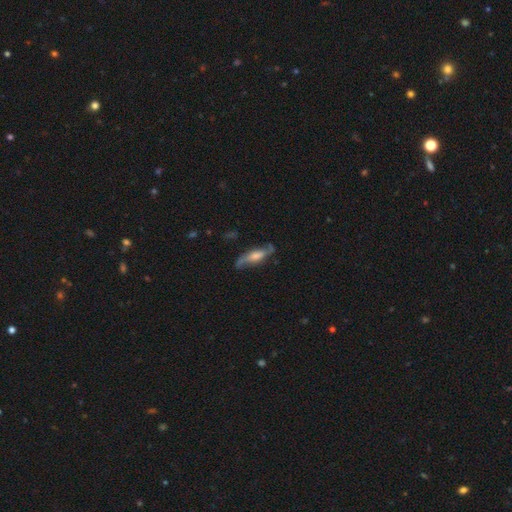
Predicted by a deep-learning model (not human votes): Smooth or featured? Predicted: featured or disk (p=0.68). Edge-on disk? Predicted: no (p=0.62). Merging? Predicted: none (p=0.70).